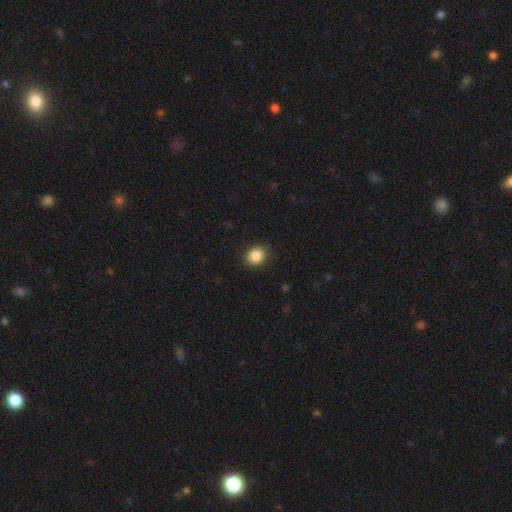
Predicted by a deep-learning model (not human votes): Overall: smooth (87%). How rounded: round (66%; in between 33%). Merging: none (86%).